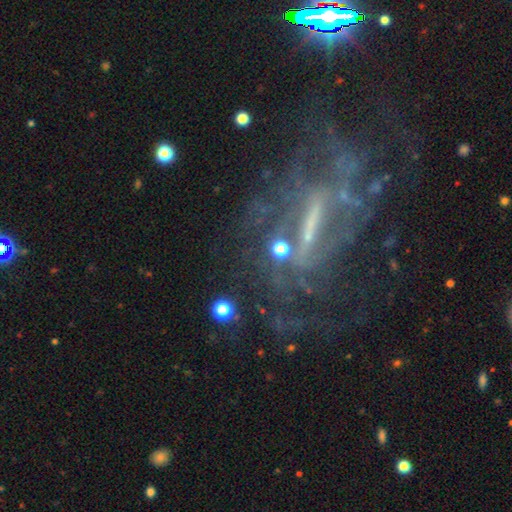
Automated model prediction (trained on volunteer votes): This is likely a featured or disk galaxy (75%). It is clearly not viewed edge-on (85%). Bar: possibly strong (54%). Spiral arm pattern: likely yes (69%). Central bulge: marginally none (39%). Merging: possibly none (50%).